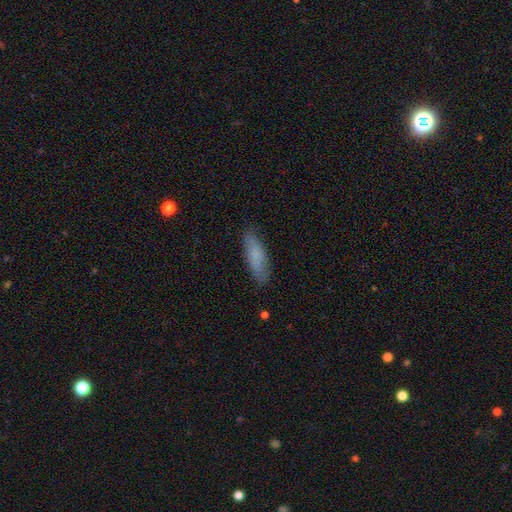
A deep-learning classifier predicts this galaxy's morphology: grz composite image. It shows a smooth galaxy with no disk features (81%) that is in between round and cigar-shaped (49%, tied with cigar-shaped). Merging: none (84%).